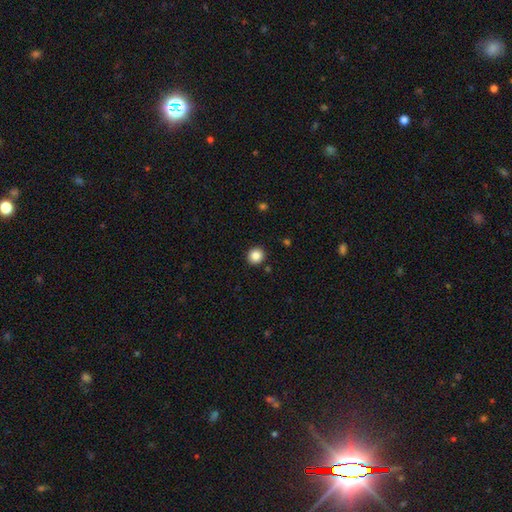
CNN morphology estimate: Overall: smooth (86%). How rounded: round (90%). Merging: none (91%).